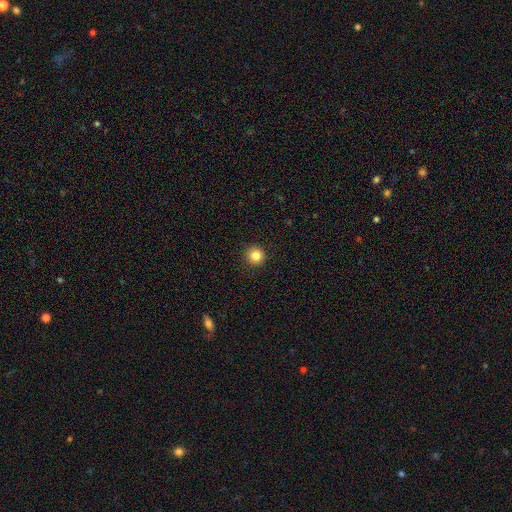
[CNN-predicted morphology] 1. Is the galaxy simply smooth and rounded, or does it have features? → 84% smooth, 11% star or artifact, 5% featured or disk.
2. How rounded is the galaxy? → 96% round, 4% in between, 1% cigar-shaped.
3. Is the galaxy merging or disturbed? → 93% none, 5% minor disturbance, 2% major disturbance, 1% merger.